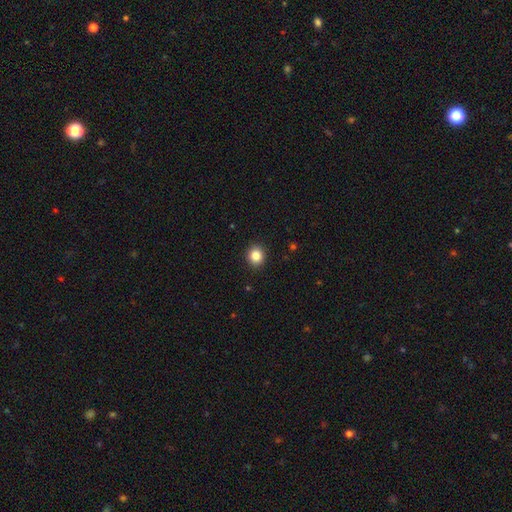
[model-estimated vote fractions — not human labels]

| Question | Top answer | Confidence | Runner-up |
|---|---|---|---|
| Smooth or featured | smooth | 85% | star or artifact (10%) |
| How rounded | round | 80% | in between (19%) |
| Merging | none | 92% | minor disturbance (6%) |